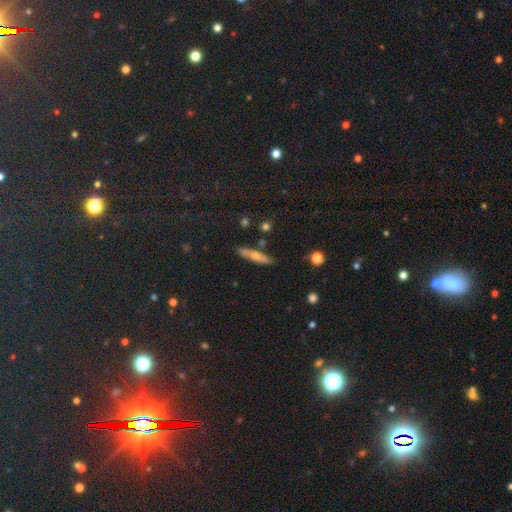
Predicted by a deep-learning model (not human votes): Smooth or featured?
  - smooth: 51% *
  - featured or disk: 36%
  - star or artifact: 13%
How rounded?
  - cigar-shaped: 79% *
  - in between: 16%
  - round: 4%
Merging?
  - none: 83% *
  - minor disturbance: 11%
  - merger: 3%
  - major disturbance: 3%